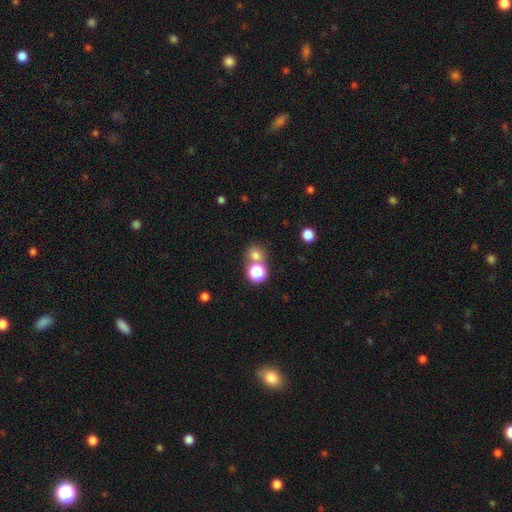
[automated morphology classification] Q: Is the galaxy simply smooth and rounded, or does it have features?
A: smooth — 73%.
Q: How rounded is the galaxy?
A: round — 84%.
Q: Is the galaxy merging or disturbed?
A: none — 60%.